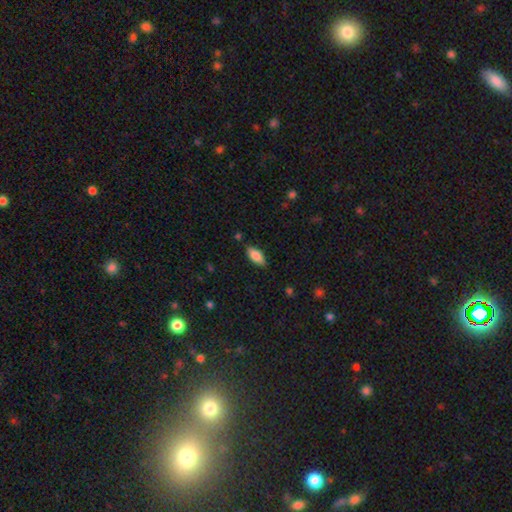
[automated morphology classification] The model was most divided on "merging": none: 83%, minor disturbance: 13%, major disturbance: 2%, merger: 2%. More confident: how rounded — in between (85%); smooth or featured — smooth (84%).